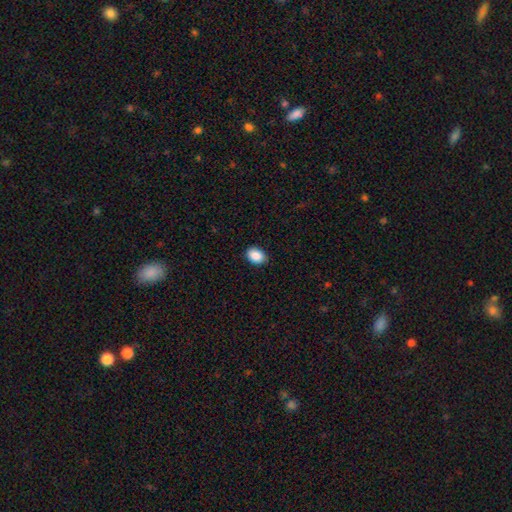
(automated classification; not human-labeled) This appears to be a smooth galaxy with no disk features (89%) that is in between round and cigar-shaped (80%). Merging: none (87%).